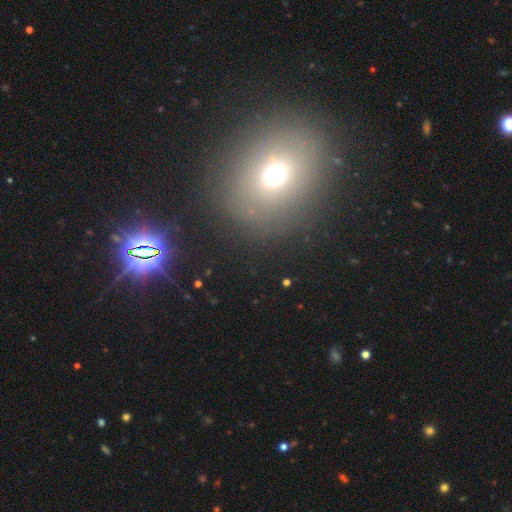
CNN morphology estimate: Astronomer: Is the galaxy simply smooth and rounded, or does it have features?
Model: smooth — 54% (runner-up: star or artifact, 32%).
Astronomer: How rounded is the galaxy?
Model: round — 65%.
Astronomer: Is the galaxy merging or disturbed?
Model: none — 87%.